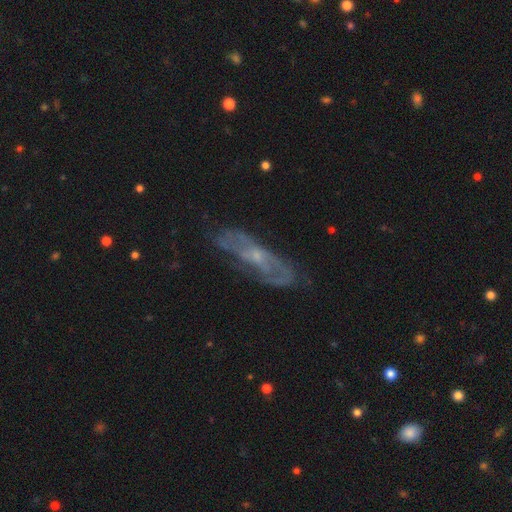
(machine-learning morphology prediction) The model was most divided on "spiral arms": yes: 63%, no: 37%. More confident: edge-on disk — no (74%); smooth or featured — featured or disk (69%); bar — no (66%); merging — none (64%); bulge size — small (63%).